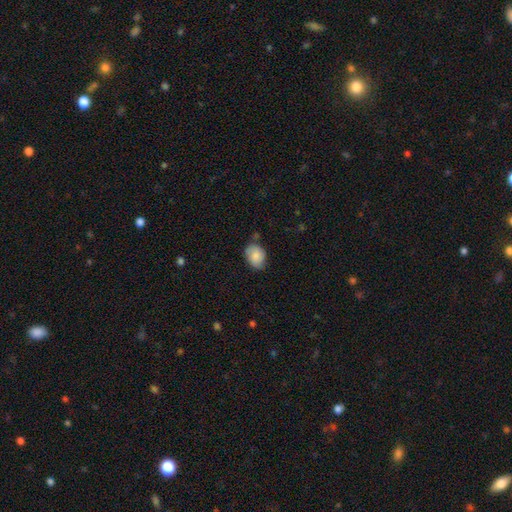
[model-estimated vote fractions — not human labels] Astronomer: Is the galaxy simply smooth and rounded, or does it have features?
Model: smooth — 83%.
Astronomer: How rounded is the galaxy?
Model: in between — 69%.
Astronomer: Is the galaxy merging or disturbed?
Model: none — 64%.